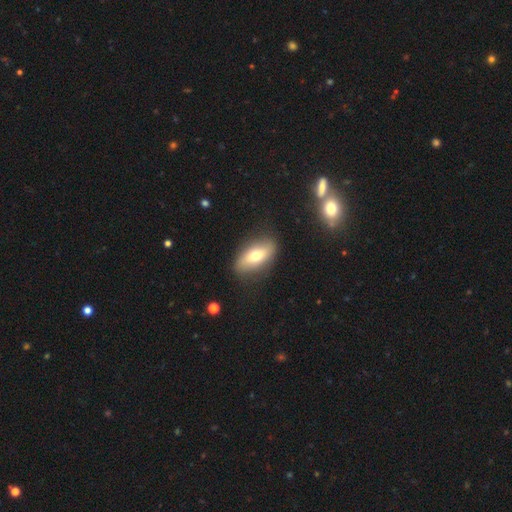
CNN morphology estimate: This appears to be a smooth galaxy with no disk features (62%) that is in between round and cigar-shaped (83%). Merging: none (80%).